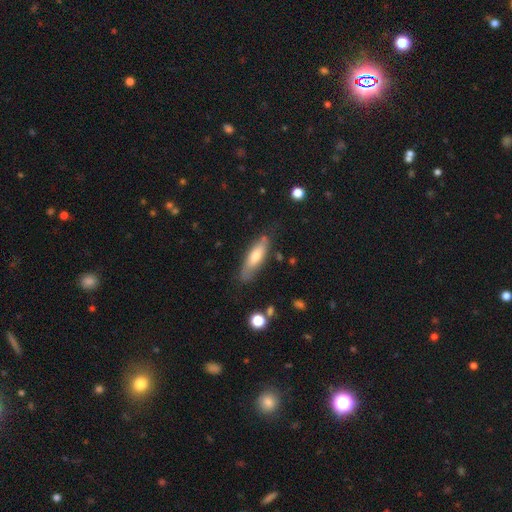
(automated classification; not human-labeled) Smooth or featured: smooth — 58% (featured or disk — 35%)
How rounded: cigar-shaped — 62% (in between — 36%)
Merging: none — 74% (minor disturbance — 19%)